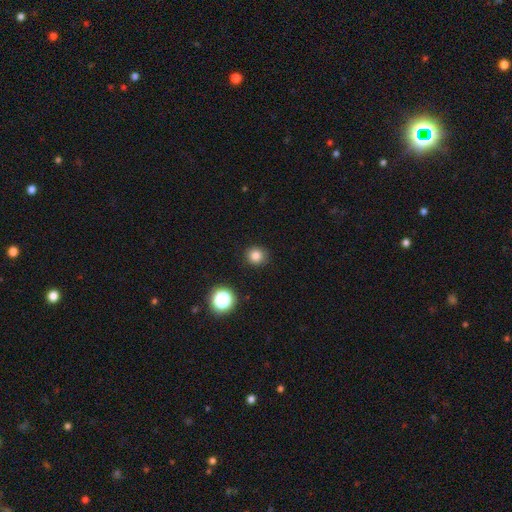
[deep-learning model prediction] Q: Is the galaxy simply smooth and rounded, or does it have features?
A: smooth — 81%.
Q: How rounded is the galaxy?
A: round — 90%.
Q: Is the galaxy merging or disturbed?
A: none — 91%.